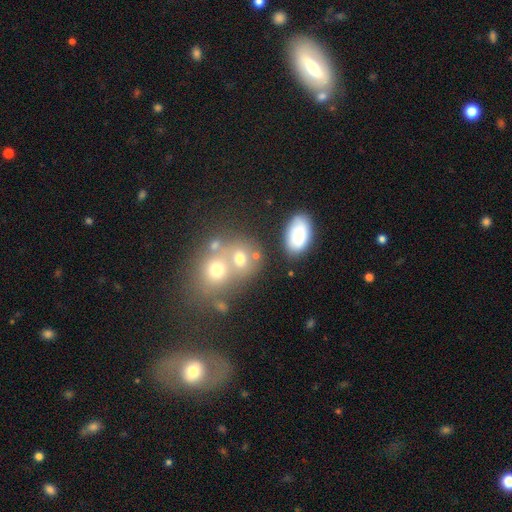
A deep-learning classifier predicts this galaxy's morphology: Smooth or featured: smooth — 69% (star or artifact — 16%)
How rounded: round — 59% (in between — 39%)
Merging: none — 45% (merger — 39%)